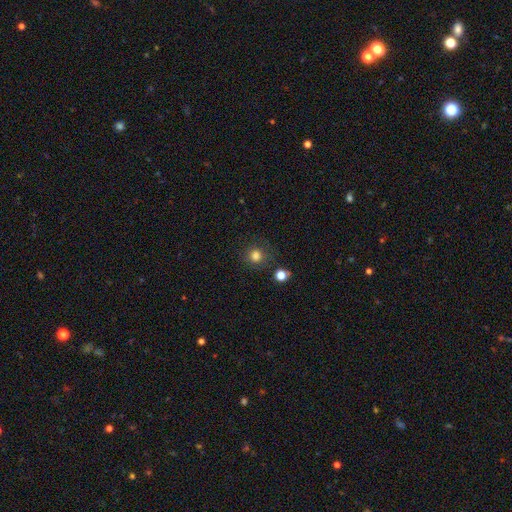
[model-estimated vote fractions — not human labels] The model was most divided on "smooth or featured": smooth: 80%, star or artifact: 14%, featured or disk: 6%. More confident: how rounded — round (89%); merging — none (81%).